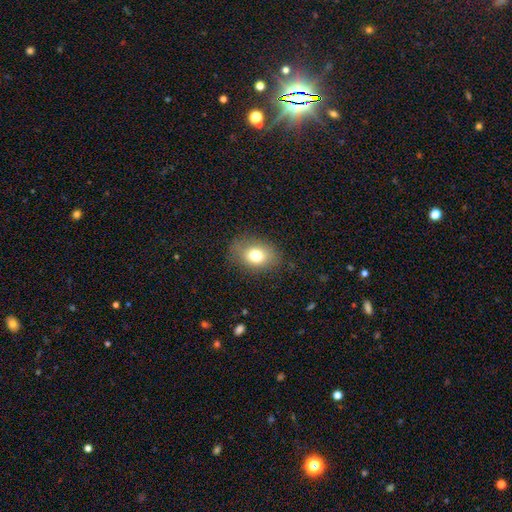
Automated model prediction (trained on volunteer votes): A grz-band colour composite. It shows a smooth galaxy with no disk features (75%) that is in between round and cigar-shaped (70%). Merging: none (78%).